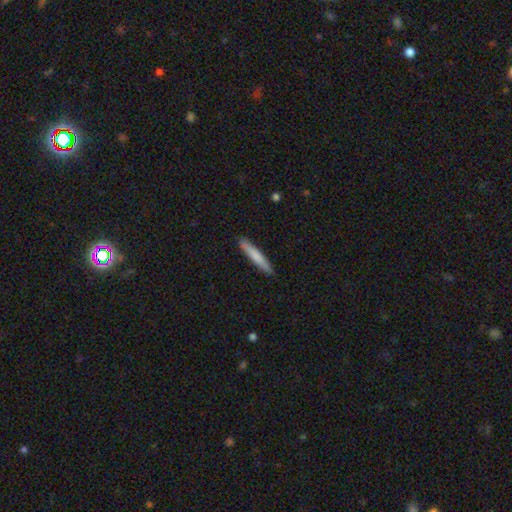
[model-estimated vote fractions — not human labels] This appears to be a smooth galaxy with no disk features (76%) that is cigar-shaped (94%). Merging: none (90%).